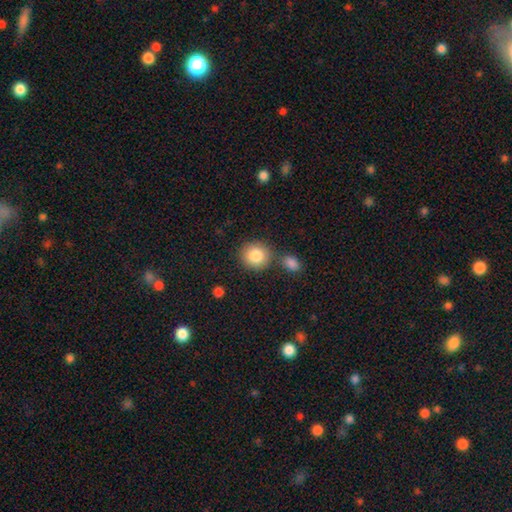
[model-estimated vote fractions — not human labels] A smooth galaxy with no disk features (84%) that is round (87%). Merging: none (73%).